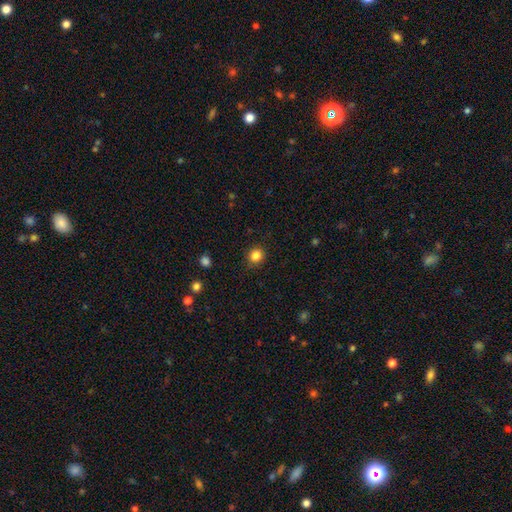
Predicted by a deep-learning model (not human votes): Smooth or featured? Predicted: smooth (p=0.84). How rounded? Predicted: round (p=0.88). Merging? Predicted: none (p=0.88).